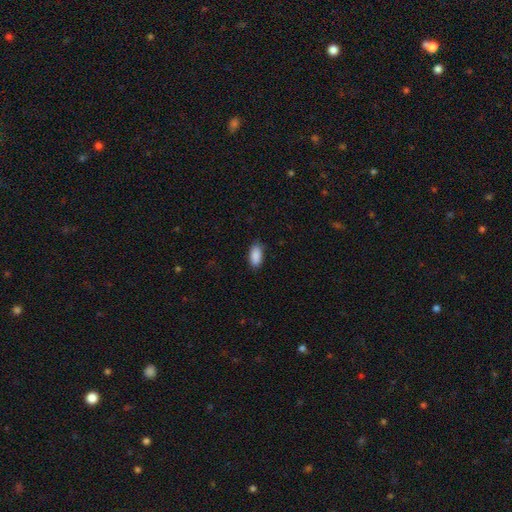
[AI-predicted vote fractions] Morphology: type=smooth (90%); roundness=in between (92%); merging=none (86%).